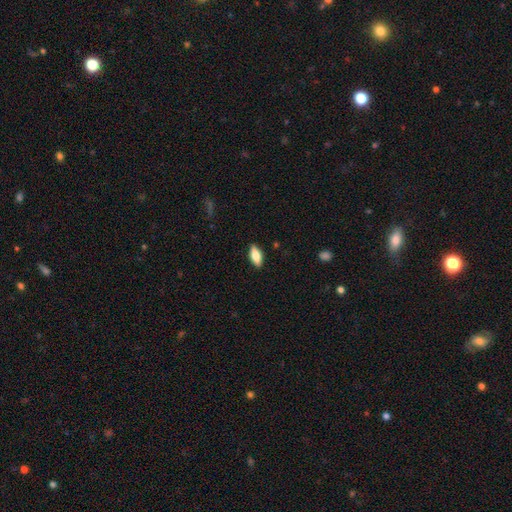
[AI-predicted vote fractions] Overall: smooth (70%). How rounded: in between (77%). Merging: none (88%).